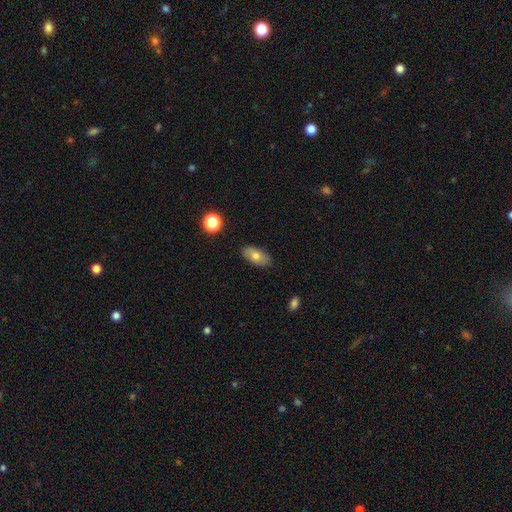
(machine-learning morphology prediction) A smooth galaxy with no disk features (73%) that is in between round and cigar-shaped (90%). Merging: none (85%).